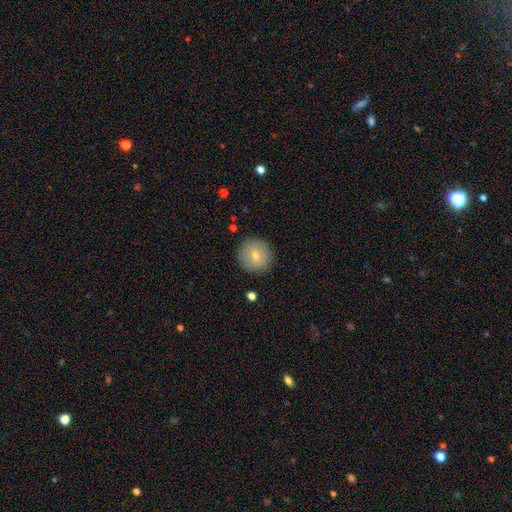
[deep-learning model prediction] A smooth galaxy with no disk features (73%) that is round (94%). Merging: none (88%).